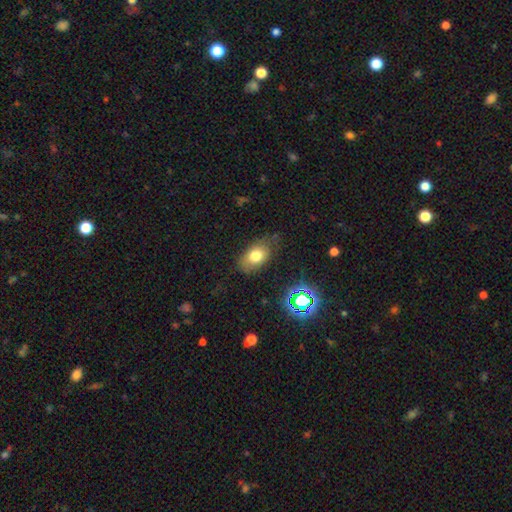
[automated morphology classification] Smooth or featured?
  - smooth: 73% *
  - featured or disk: 15%
  - star or artifact: 12%
How rounded?
  - in between: 85% *
  - round: 13%
  - cigar-shaped: 2%
Merging?
  - none: 68% *
  - minor disturbance: 23%
  - major disturbance: 7%
  - merger: 2%